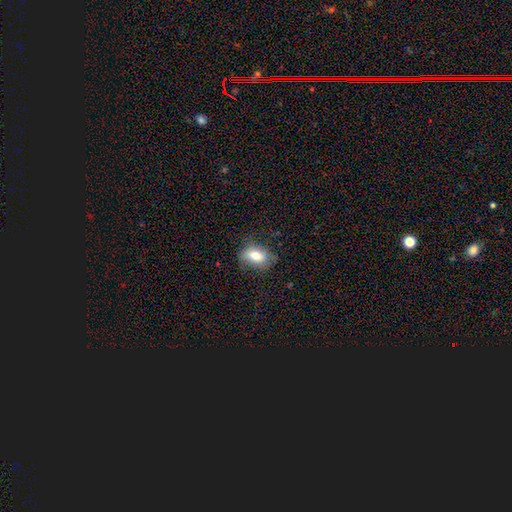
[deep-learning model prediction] Q: Smooth or featured?
A: smooth (78%); runner-up: featured or disk (14%)
Q: How rounded?
A: in between (83%); runner-up: round (15%)
Q: Merging?
A: none (71%); runner-up: minor disturbance (21%)